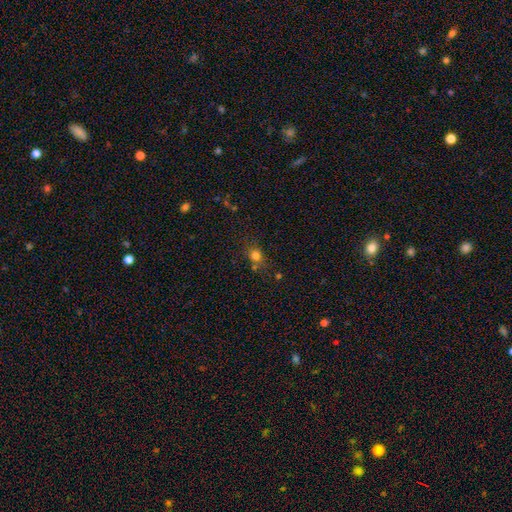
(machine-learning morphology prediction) This appears to be a smooth galaxy with no disk features (75%) that is round (67%). Merging: none (66%).